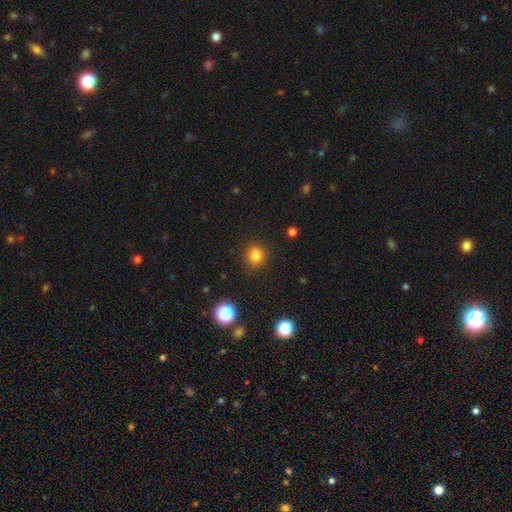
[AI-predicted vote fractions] This appears to be a smooth galaxy with no disk features (80%) that is round (79%). Merging: none (82%).